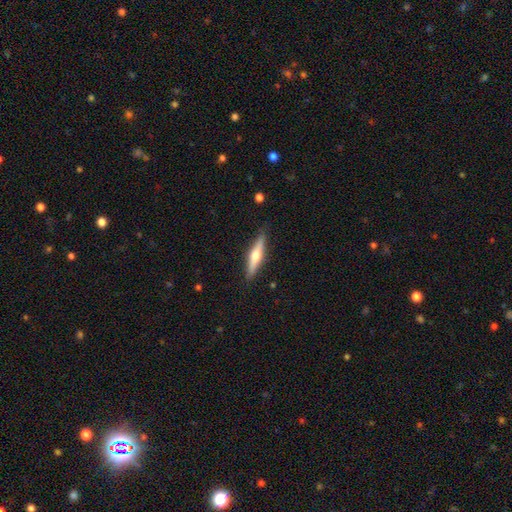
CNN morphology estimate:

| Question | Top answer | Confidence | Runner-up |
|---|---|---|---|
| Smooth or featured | featured or disk | 58% | smooth (37%) |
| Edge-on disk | yes | 95% | no (5%) |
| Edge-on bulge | rounded | 93% | none (4%) |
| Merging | none | 89% | minor disturbance (8%) |